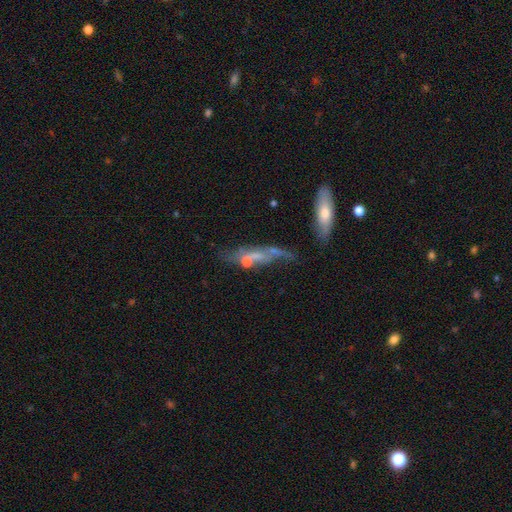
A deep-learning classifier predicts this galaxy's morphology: Overall: featured or disk (55%; smooth 31%). Edge-on disk: no (58%; yes 42%). Merging: none (34%; merger 25%).